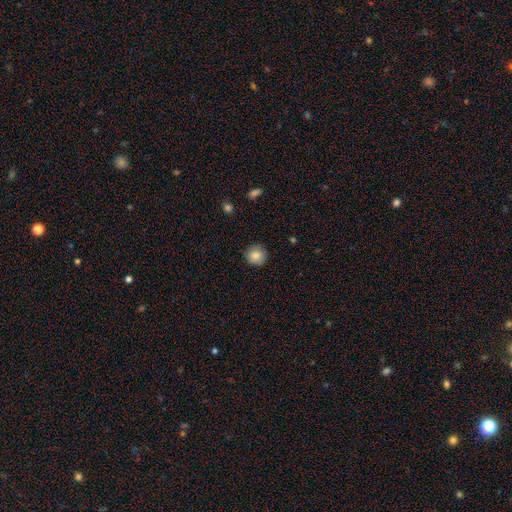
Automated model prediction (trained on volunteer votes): Smooth or featured? Predicted: smooth (p=0.84). How rounded? Predicted: round (p=0.91). Merging? Predicted: none (p=0.89).